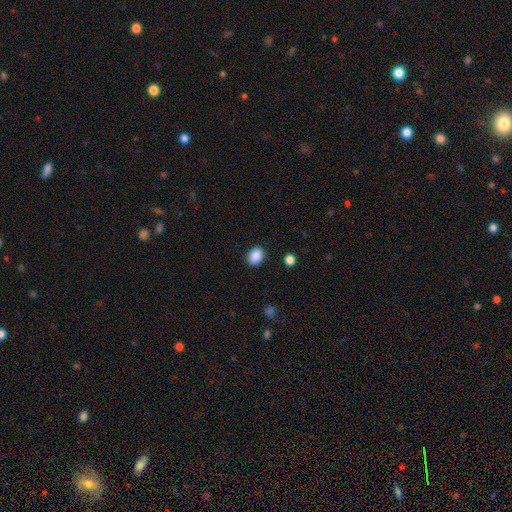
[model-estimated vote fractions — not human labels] smooth-or-featured: smooth: 89% | star or artifact: 8% | featured or disk: 3%
  how-rounded: in between: 63% | round: 36% | cigar-shaped: 1%
  merging: none: 87% | minor disturbance: 9% | major disturbance: 3% | merger: 1%